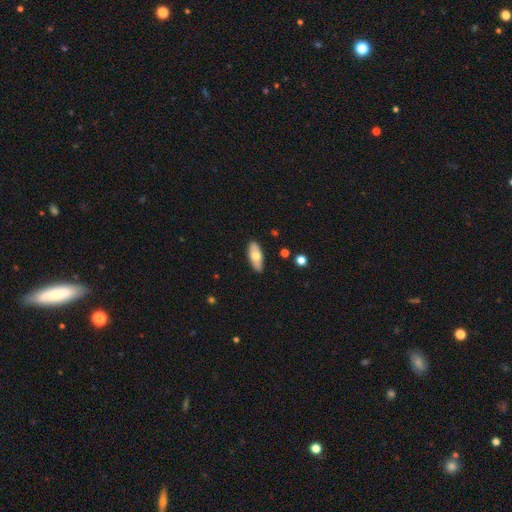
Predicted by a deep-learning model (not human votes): The model was most divided on "smooth or featured": smooth: 63%, featured or disk: 31%, star or artifact: 6%. More confident: merging — none (87%); how rounded — in between (84%).